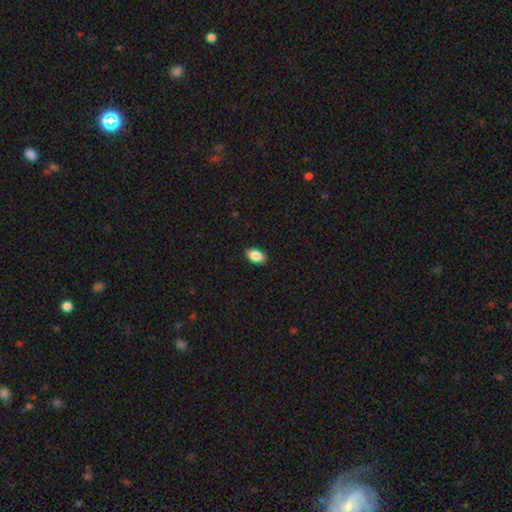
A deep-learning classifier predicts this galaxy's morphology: Overall: smooth (88%). How rounded: in between (93%). Merging: none (90%).